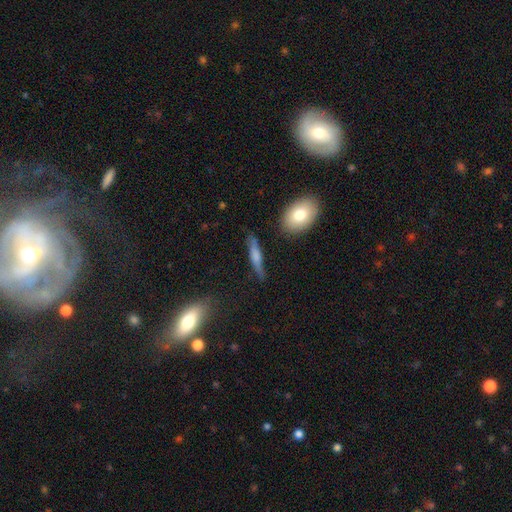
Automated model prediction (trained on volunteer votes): This is possibly a smooth galaxy (56%). How rounded: clearly cigar-shaped (81%). Merging: likely none (77%).